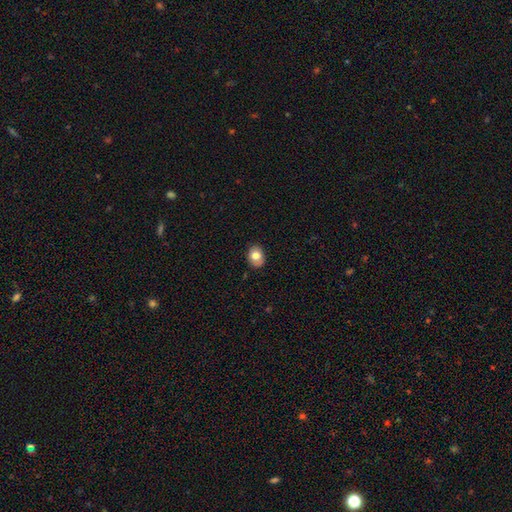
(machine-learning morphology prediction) Smooth or featured: smooth — 77% (featured or disk — 15%)
How rounded: in between — 60% (round — 39%)
Merging: none — 84% (minor disturbance — 13%)